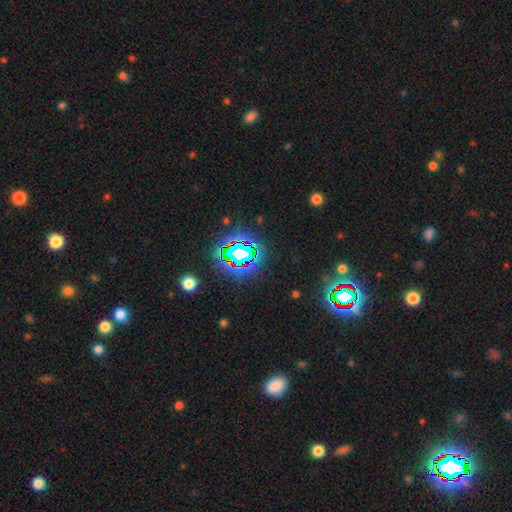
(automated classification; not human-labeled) smooth_or_featured: star or artifact (p=0.80) [alt: smooth p=0.12]